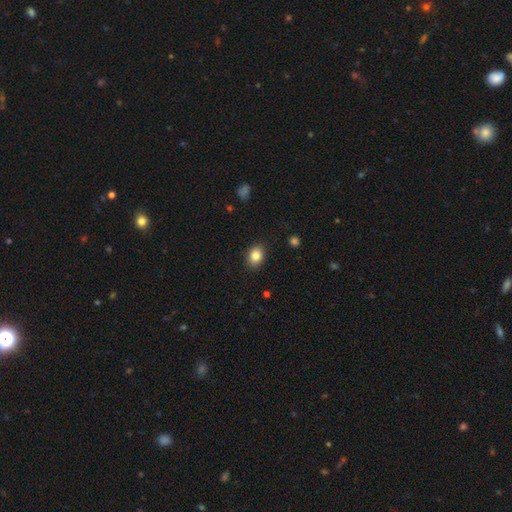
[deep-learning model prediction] This is clearly a smooth galaxy (84%). How rounded: likely in between (67%). Merging: clearly none (88%).